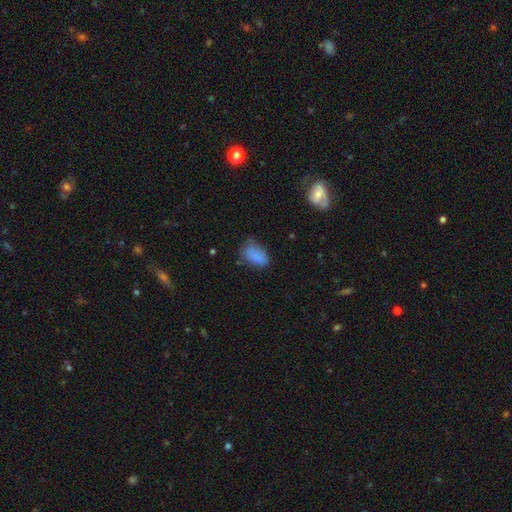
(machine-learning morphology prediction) Smooth or featured?
  - smooth: 83% *
  - star or artifact: 9%
  - featured or disk: 7%
How rounded?
  - in between: 90% *
  - round: 8%
  - cigar-shaped: 2%
Merging?
  - none: 53% *
  - minor disturbance: 33%
  - major disturbance: 11%
  - merger: 3%